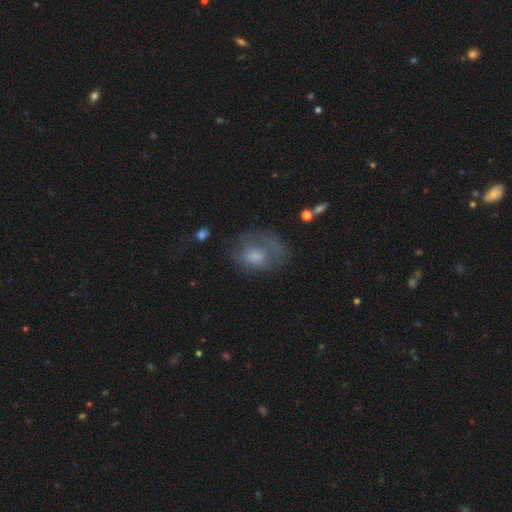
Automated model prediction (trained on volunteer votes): Q: Smooth or featured?
A: smooth (54%); runner-up: featured or disk (35%)
Q: How rounded?
A: in between (66%); runner-up: round (32%)
Q: Merging?
A: none (41%); runner-up: major disturbance (31%)